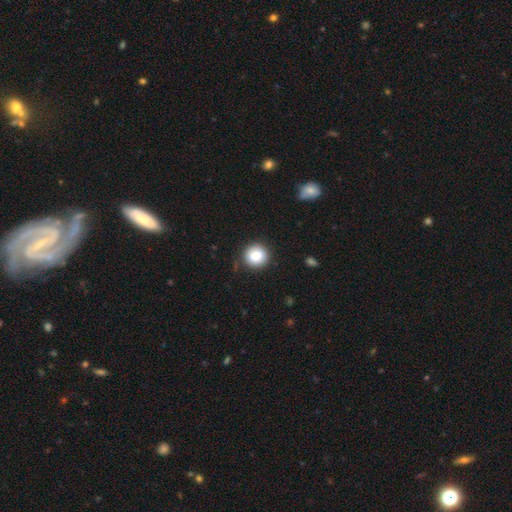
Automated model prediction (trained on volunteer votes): A smooth galaxy with no disk features (79%) that is round (94%).

Vote fractions:
- Smooth or featured? smooth: 79% / featured or disk: 11% / star or artifact: 10%
- How rounded? round: 94% / in between: 5% / cigar-shaped: 1%
- Merging? none: 88% / minor disturbance: 8% / major disturbance: 2% / merger: 1%